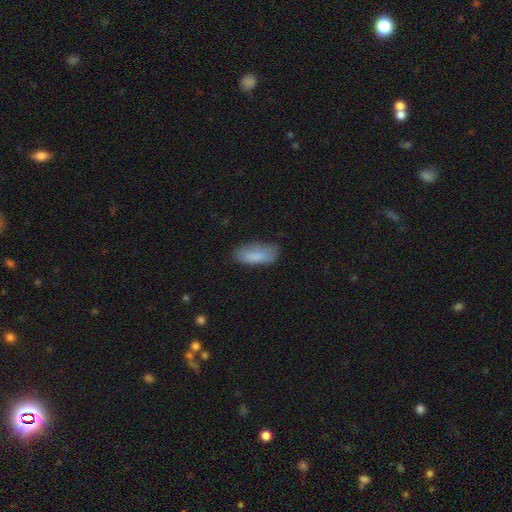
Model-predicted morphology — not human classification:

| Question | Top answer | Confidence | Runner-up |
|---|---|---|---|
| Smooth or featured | smooth | 82% | featured or disk (11%) |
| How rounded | in between | 76% | cigar-shaped (22%) |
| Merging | none | 69% | minor disturbance (23%) |